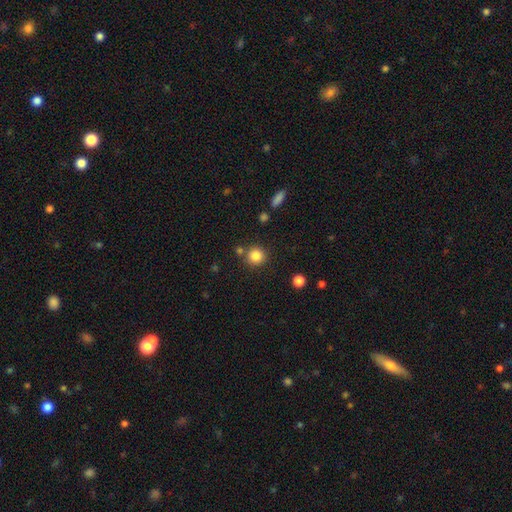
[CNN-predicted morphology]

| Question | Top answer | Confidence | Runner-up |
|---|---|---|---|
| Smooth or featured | smooth | 84% | star or artifact (11%) |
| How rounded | round | 92% | in between (7%) |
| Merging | none | 79% | merger (10%) |